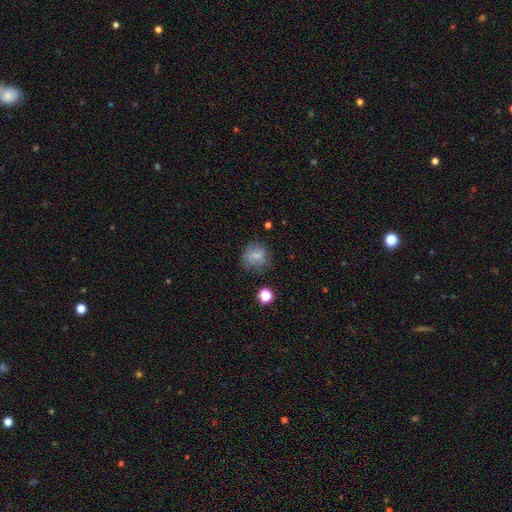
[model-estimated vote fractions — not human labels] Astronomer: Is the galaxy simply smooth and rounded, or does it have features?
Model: smooth — 66%.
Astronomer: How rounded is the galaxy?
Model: round — 74%.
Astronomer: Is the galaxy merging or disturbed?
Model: none — 63%.